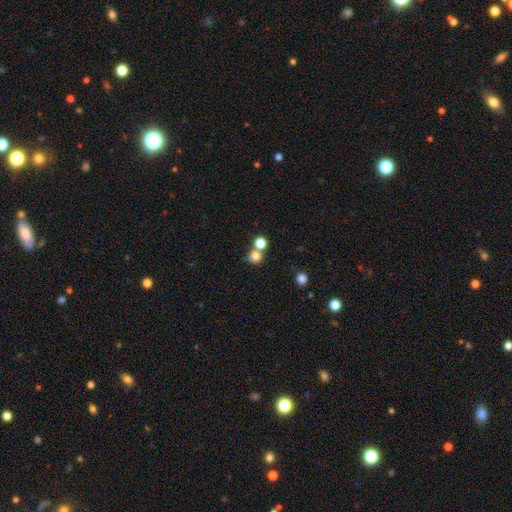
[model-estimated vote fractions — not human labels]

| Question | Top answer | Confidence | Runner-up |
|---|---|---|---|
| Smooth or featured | smooth | 77% | star or artifact (14%) |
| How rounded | round | 82% | in between (17%) |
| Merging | none | 51% | merger (36%) |